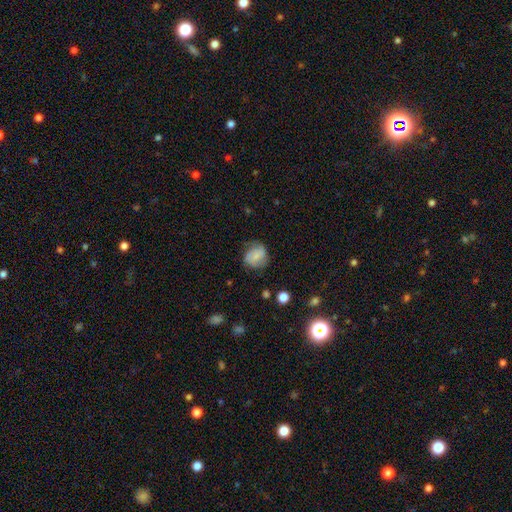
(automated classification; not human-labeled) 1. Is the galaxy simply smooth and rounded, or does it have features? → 67% smooth, 25% featured or disk, 9% star or artifact.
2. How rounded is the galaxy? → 74% round, 25% in between, 1% cigar-shaped.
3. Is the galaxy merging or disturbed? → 62% none, 27% minor disturbance, 9% major disturbance, 2% merger.